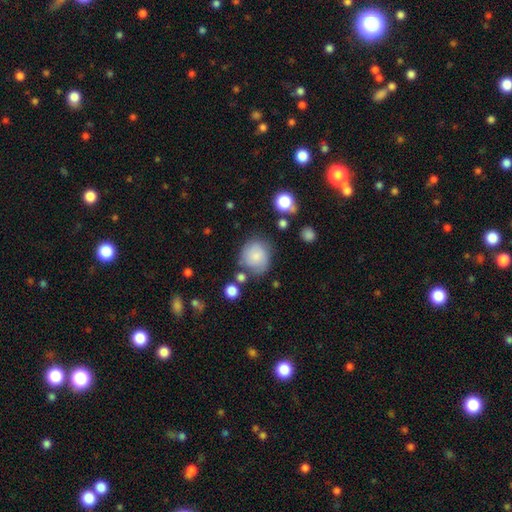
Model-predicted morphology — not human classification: Q: Smooth or featured?
A: smooth (76%); runner-up: featured or disk (16%)
Q: How rounded?
A: round (78%); runner-up: in between (21%)
Q: Merging?
A: none (64%); runner-up: minor disturbance (21%)